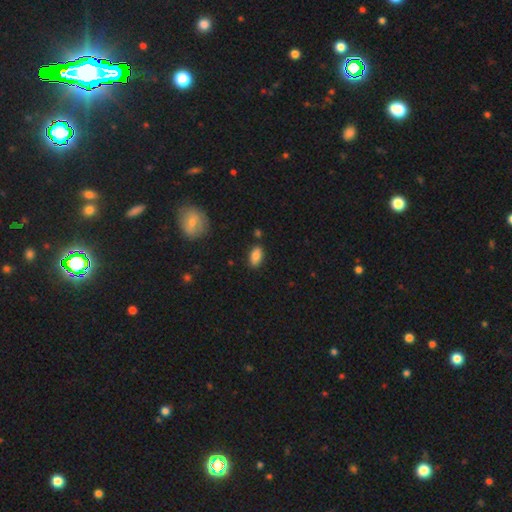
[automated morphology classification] A smooth galaxy with no disk features (85%) that is in between round and cigar-shaped (92%).

Vote fractions:
- Smooth or featured? smooth: 85% / star or artifact: 8% / featured or disk: 7%
- How rounded? in between: 92% / round: 4% / cigar-shaped: 4%
- Merging? none: 84% / minor disturbance: 11% / merger: 3% / major disturbance: 2%